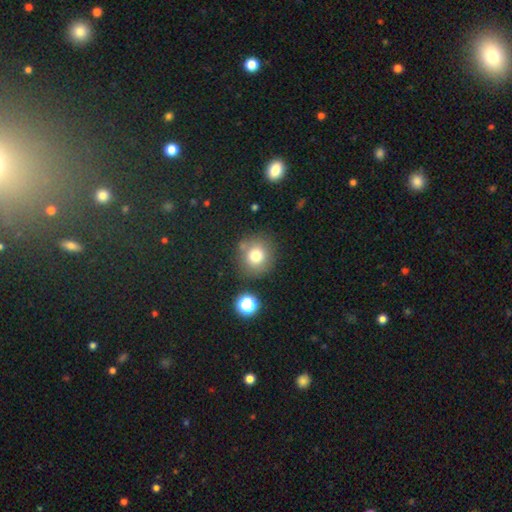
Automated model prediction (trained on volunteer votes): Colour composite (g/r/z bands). It shows a smooth galaxy with no disk features (77%) that is round (89%). Merging: none (78%).